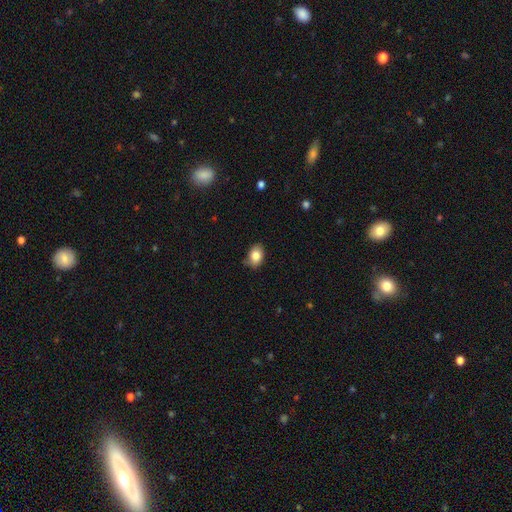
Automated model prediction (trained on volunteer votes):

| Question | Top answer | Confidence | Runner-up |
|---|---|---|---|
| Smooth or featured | smooth | 83% | featured or disk (9%) |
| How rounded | in between | 76% | round (23%) |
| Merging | none | 74% | minor disturbance (22%) |